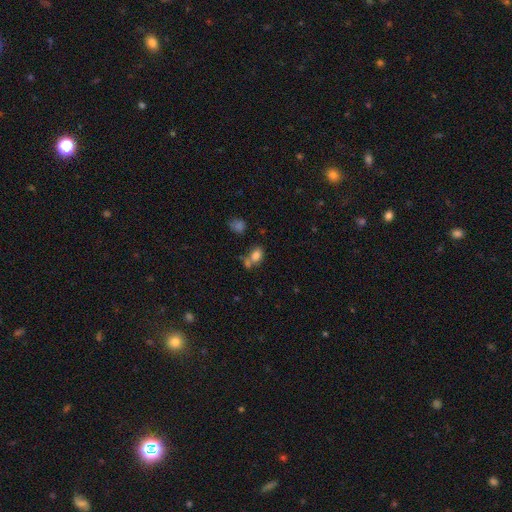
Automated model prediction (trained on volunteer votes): Overall: smooth (80%). How rounded: in between (73%). Merging: none (50%; merger 31%).